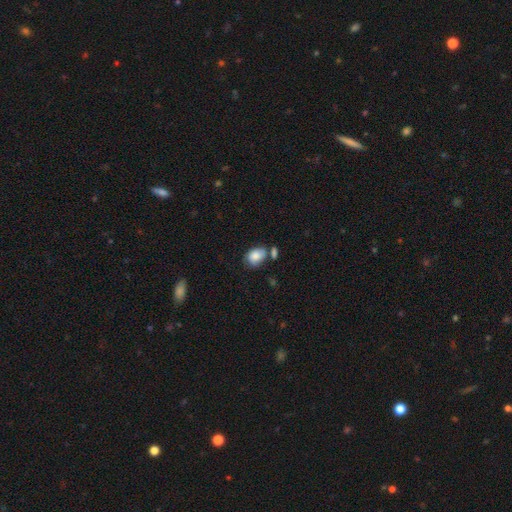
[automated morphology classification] Smooth or featured?
  - smooth: 79% *
  - featured or disk: 13%
  - star or artifact: 8%
How rounded?
  - in between: 72% *
  - round: 27%
  - cigar-shaped: 1%
Merging?
  - none: 47% *
  - minor disturbance: 24%
  - merger: 21%
  - major disturbance: 8%